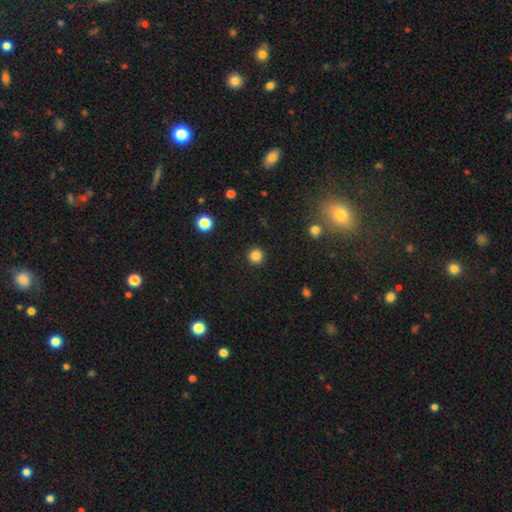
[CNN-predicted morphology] Smooth or featured? Predicted: smooth (p=0.85). How rounded? Predicted: round (p=0.95). Merging? Predicted: none (p=0.93).